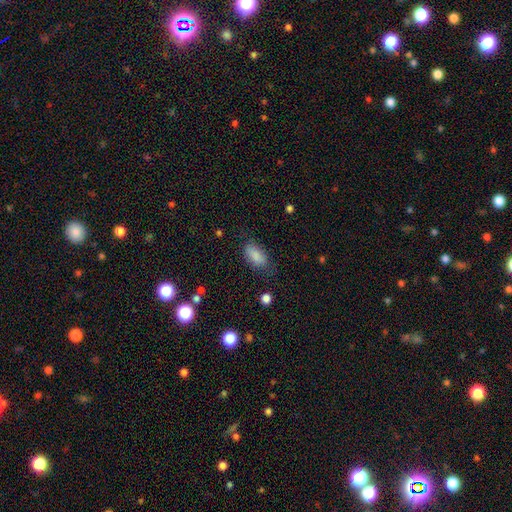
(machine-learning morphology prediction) This is clearly a smooth galaxy (86%). How rounded: clearly in between (92%). Merging: likely none (70%).